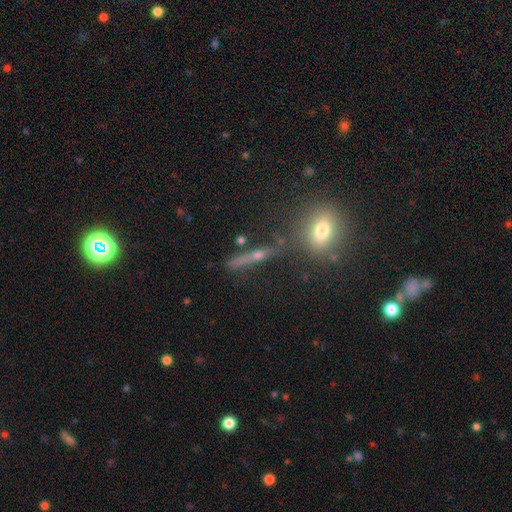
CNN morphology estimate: smooth_or_featured: featured or disk (p=0.55) [alt: smooth p=0.29]
disk_edge_on: yes (p=0.89) [alt: no p=0.11]
merging: none (p=0.77) [alt: minor disturbance p=0.12]